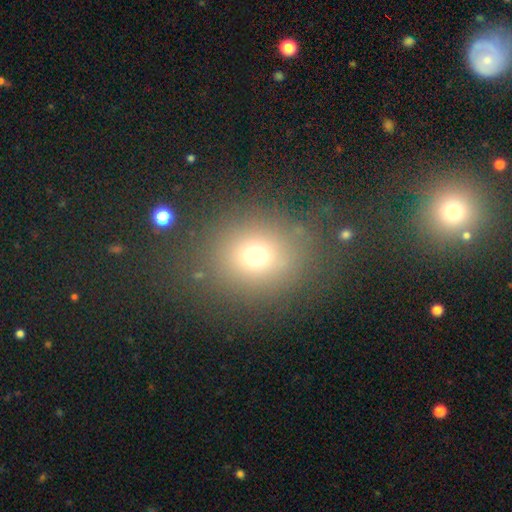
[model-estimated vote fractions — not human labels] Q: Smooth or featured?
A: smooth (69%); runner-up: star or artifact (20%)
Q: How rounded?
A: round (71%); runner-up: in between (28%)
Q: Merging?
A: none (78%); runner-up: minor disturbance (11%)